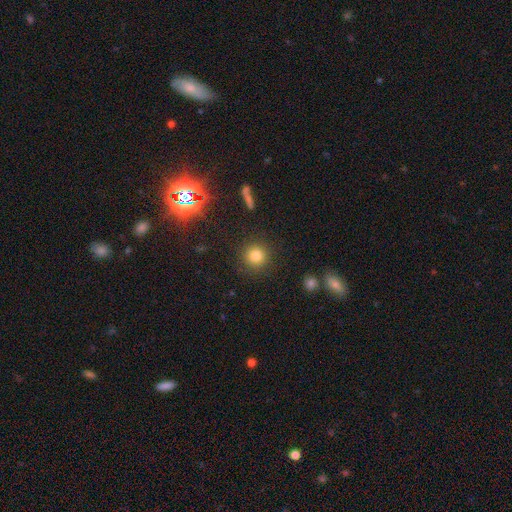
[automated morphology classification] type=smooth (79%); roundness=round (93%); merging=none (89%).